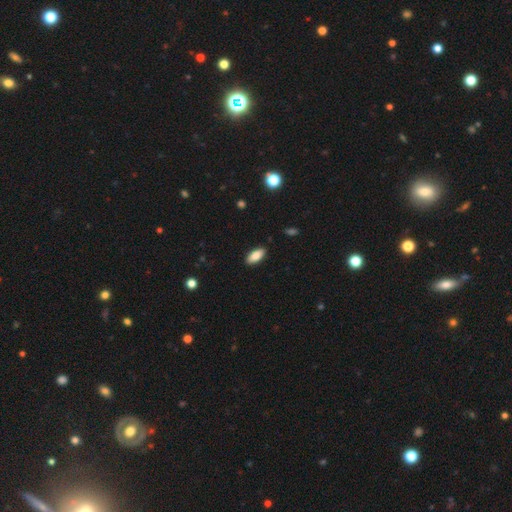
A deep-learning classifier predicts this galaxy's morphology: smooth-or-featured: smooth: 84% | featured or disk: 9% | star or artifact: 6%
  how-rounded: in between: 87% | cigar-shaped: 11% | round: 2%
  merging: none: 89% | minor disturbance: 8% | major disturbance: 2% | merger: 1%